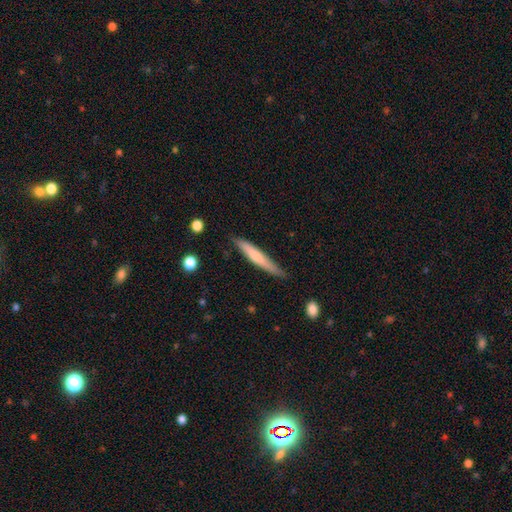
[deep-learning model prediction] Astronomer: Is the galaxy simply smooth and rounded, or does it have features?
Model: smooth — 63%.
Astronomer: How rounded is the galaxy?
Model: cigar-shaped — 94%.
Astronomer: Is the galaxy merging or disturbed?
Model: none — 81%.